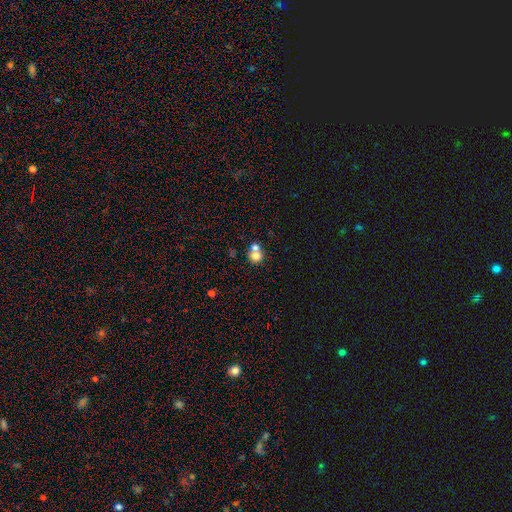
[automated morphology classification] A smooth galaxy with no disk features (75%) that is round (81%).

Vote fractions:
- Smooth or featured? smooth: 75% / featured or disk: 13% / star or artifact: 12%
- How rounded? round: 81% / in between: 18% / cigar-shaped: 1%
- Merging? merger: 52% / none: 39% / minor disturbance: 6% / major disturbance: 3%